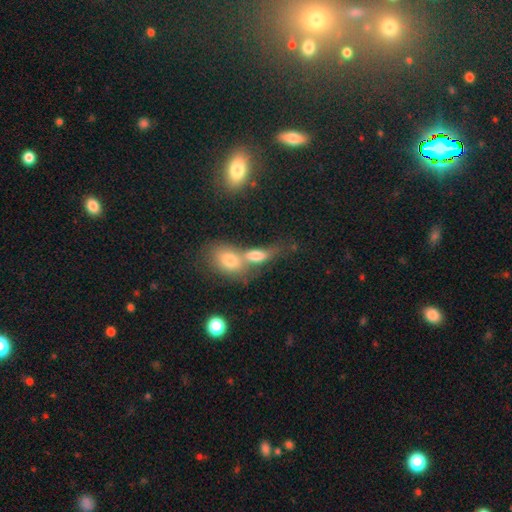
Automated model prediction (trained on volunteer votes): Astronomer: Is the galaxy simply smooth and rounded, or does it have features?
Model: smooth — 73%.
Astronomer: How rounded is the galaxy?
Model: in between — 78%.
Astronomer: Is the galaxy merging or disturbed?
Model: merger — 60%.